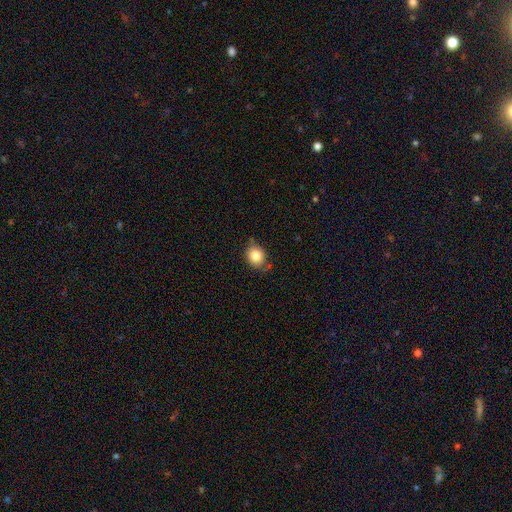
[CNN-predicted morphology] smooth-or-featured: smooth: 82% | star or artifact: 9% | featured or disk: 8%
  how-rounded: round: 60% | in between: 39% | cigar-shaped: 1%
  merging: none: 73% | minor disturbance: 20% | major disturbance: 4% | merger: 3%